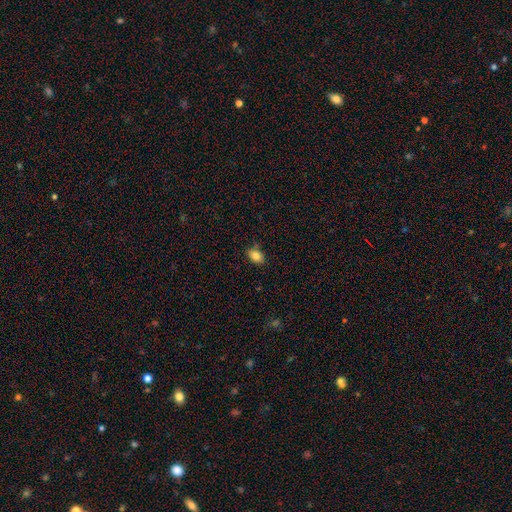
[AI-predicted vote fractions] Q: Smooth or featured?
A: smooth (84%); runner-up: star or artifact (9%)
Q: How rounded?
A: in between (79%); runner-up: round (20%)
Q: Merging?
A: none (81%); runner-up: minor disturbance (14%)